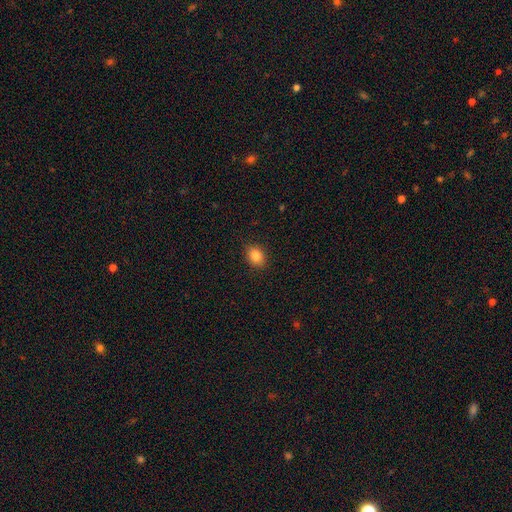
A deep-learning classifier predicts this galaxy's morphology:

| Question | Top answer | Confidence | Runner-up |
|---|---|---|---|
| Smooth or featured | smooth | 84% | star or artifact (10%) |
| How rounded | in between | 59% | round (40%) |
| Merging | none | 87% | minor disturbance (10%) |